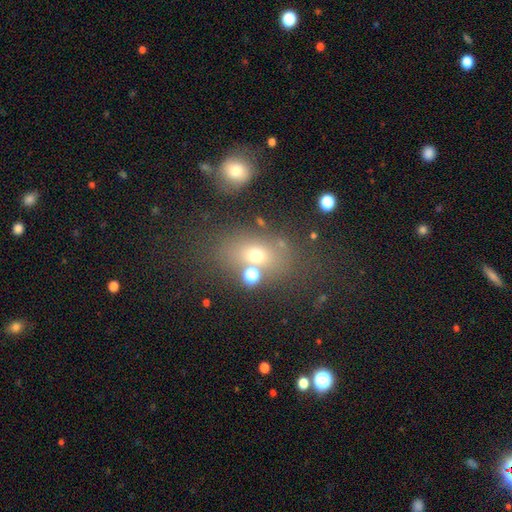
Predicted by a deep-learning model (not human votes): smooth-or-featured: smooth: 63% | star or artifact: 19% | featured or disk: 18%
  how-rounded: in between: 65% | round: 34% | cigar-shaped: 2%
  merging: none: 61% | merger: 18% | minor disturbance: 13% | major disturbance: 8%